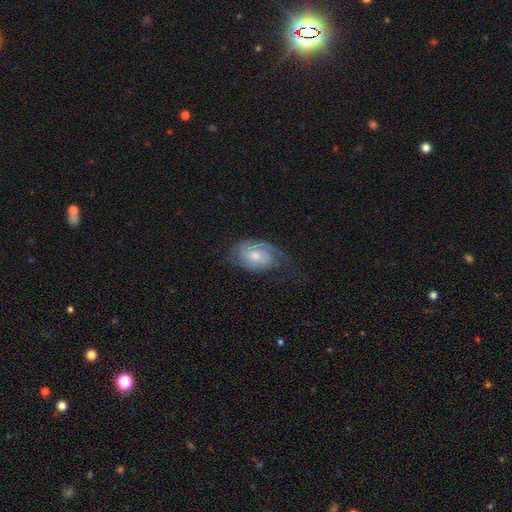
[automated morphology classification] Q: Smooth or featured?
A: featured or disk (63%); runner-up: smooth (31%)
Q: Edge-on disk?
A: no (96%); runner-up: yes (4%)
Q: Bar?
A: no (70%); runner-up: weak (26%)
Q: Spiral arms?
A: yes (86%); runner-up: no (14%)
Q: Spiral winding?
A: tight (40%); runner-up: medium (36%)
Q: Spiral arm count?
A: 2 (47%); runner-up: 1 (23%)
Q: Bulge size?
A: moderate (58%); runner-up: small (32%)
Q: Merging?
A: none (50%); runner-up: minor disturbance (25%)